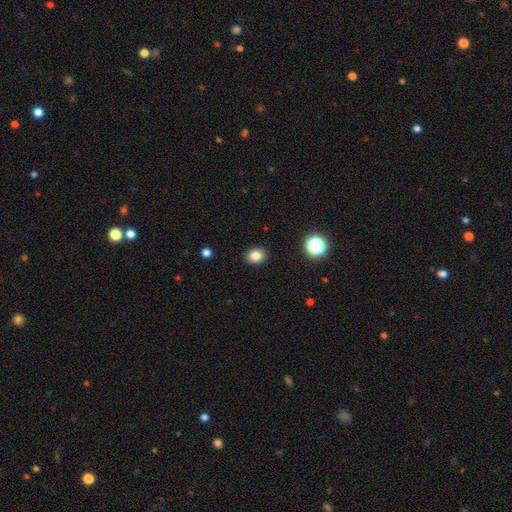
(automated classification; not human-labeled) Overall: smooth (83%). How rounded: in between (50%; round 49%). Merging: none (90%).